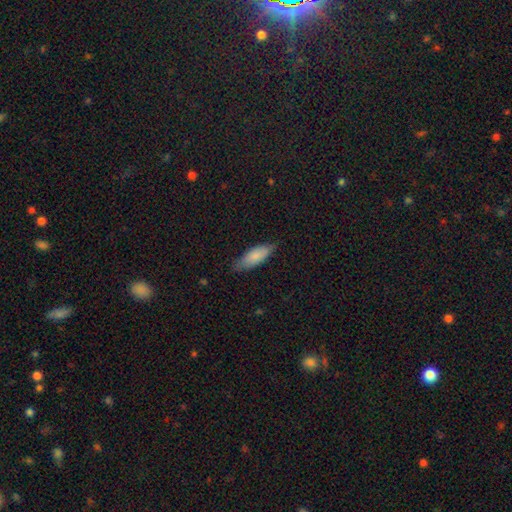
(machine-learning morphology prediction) This appears to be a smooth galaxy with no disk features (83%) that is in between round and cigar-shaped (73%). Merging: none (74%).